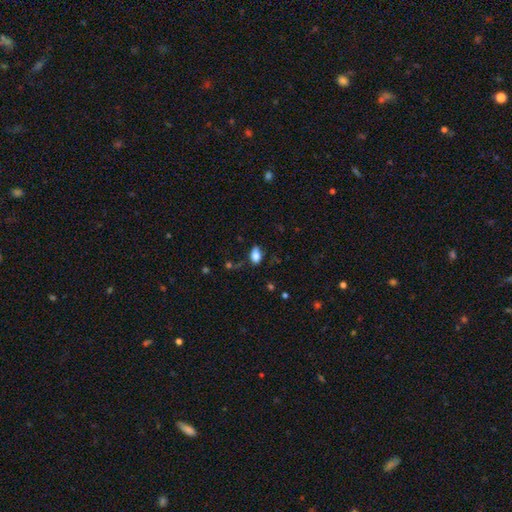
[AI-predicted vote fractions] smooth 82%, featured or disk 9%, star or artifact 9%. Down the decision tree: how rounded — in between (88%); merging — none (62%).